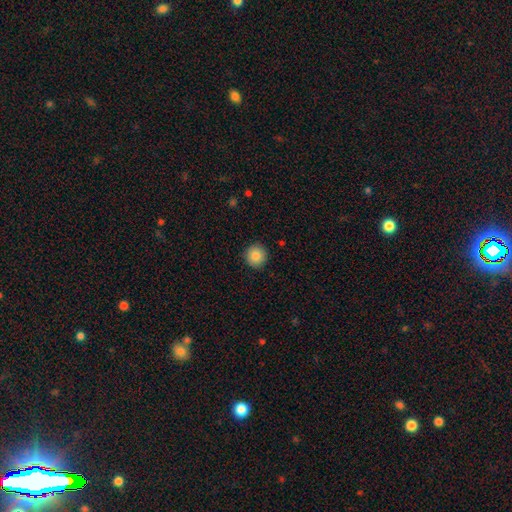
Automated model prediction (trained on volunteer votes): smooth 85%, star or artifact 9%, featured or disk 6%. Down the decision tree: how rounded — round (94%); merging — none (92%).